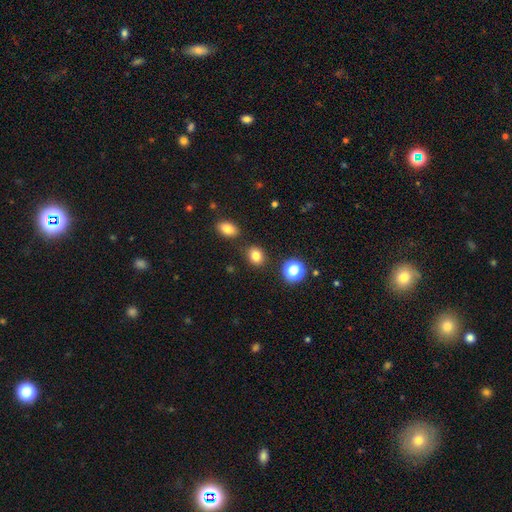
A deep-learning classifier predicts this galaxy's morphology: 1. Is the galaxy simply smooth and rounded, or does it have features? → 82% smooth, 13% star or artifact, 5% featured or disk.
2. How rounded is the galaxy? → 52% round, 47% in between, 1% cigar-shaped.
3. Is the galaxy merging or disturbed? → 82% none, 10% minor disturbance, 6% merger, 3% major disturbance.